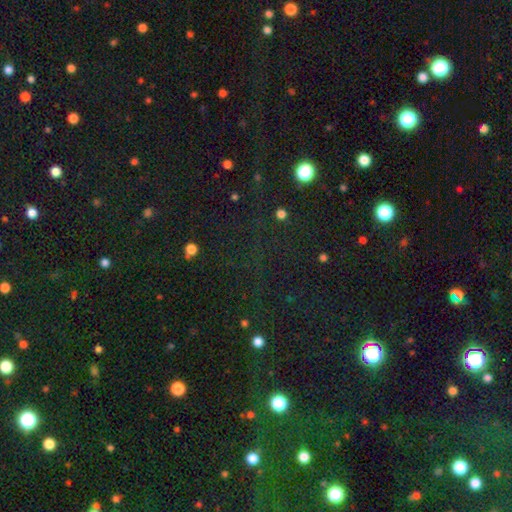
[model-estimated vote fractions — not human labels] smooth_or_featured: star or artifact (p=0.71) [alt: smooth p=0.21]